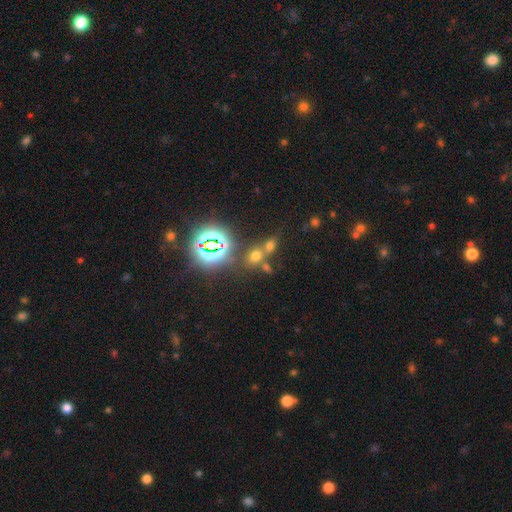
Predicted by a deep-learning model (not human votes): This appears to be a smooth galaxy with no disk features (51%) that is round (55%). Merging: none (52%).